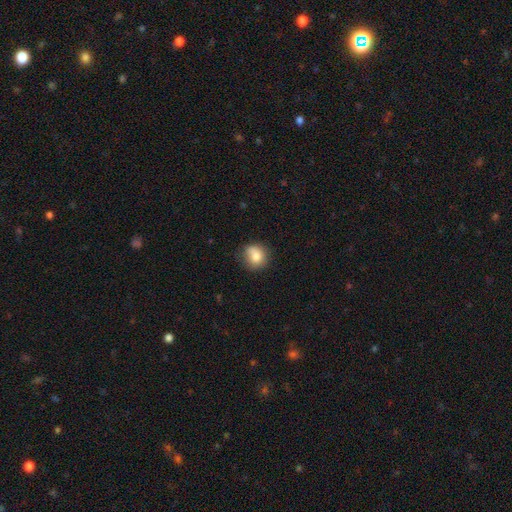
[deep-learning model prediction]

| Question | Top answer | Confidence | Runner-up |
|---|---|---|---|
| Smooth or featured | smooth | 79% | featured or disk (11%) |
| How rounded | round | 81% | in between (18%) |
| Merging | none | 64% | minor disturbance (24%) |